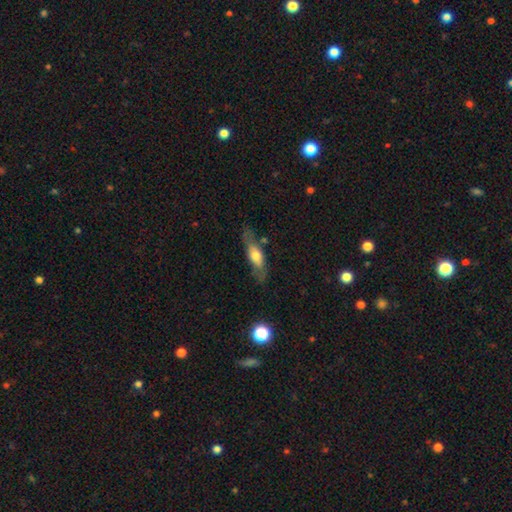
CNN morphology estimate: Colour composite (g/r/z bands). It shows a smooth galaxy with no disk features (51%) that is in between round and cigar-shaped (53%). Merging: none (71%).